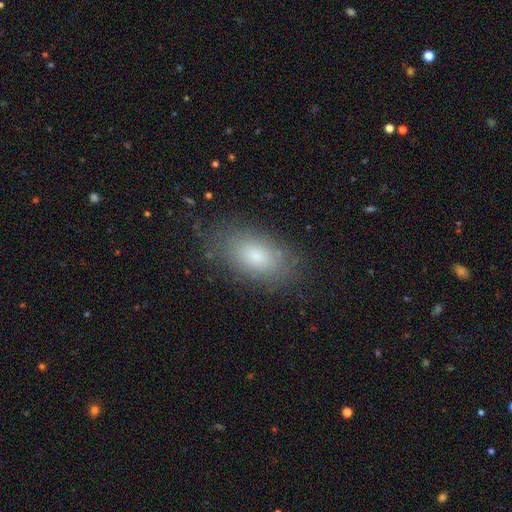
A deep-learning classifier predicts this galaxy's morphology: smooth_or_featured: smooth (p=0.76) [alt: featured or disk p=0.14]
how_rounded: in between (p=0.91) [alt: round p=0.06]
merging: none (p=0.80) [alt: minor disturbance p=0.14]